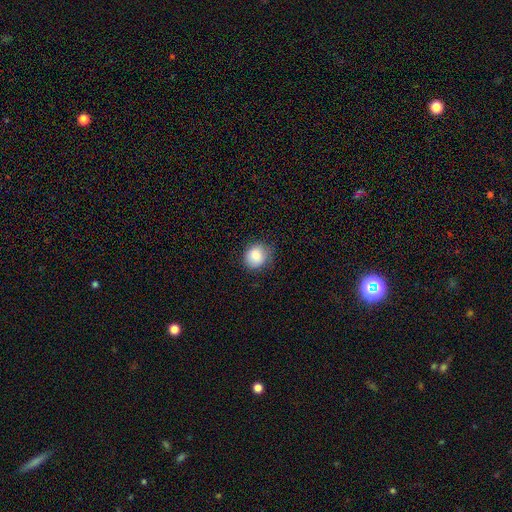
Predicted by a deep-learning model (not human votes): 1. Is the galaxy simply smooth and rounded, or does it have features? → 85% smooth, 9% star or artifact, 7% featured or disk.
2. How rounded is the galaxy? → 77% round, 22% in between, 1% cigar-shaped.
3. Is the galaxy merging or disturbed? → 76% none, 19% minor disturbance, 4% major disturbance, 1% merger.